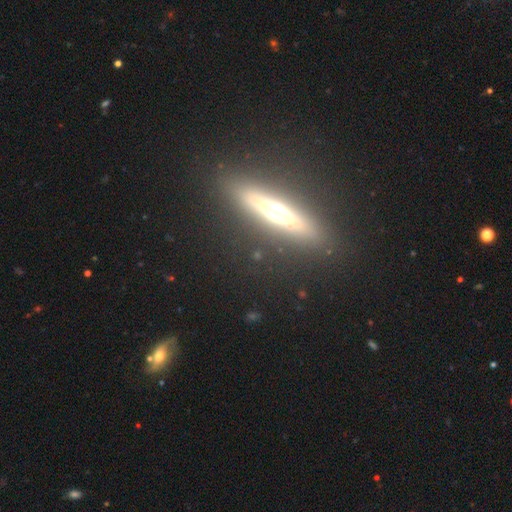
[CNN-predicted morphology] A featured or disk galaxy (66%) viewed edge-on (92%) with a rounded central bulge (88%). Merging: none (88%).